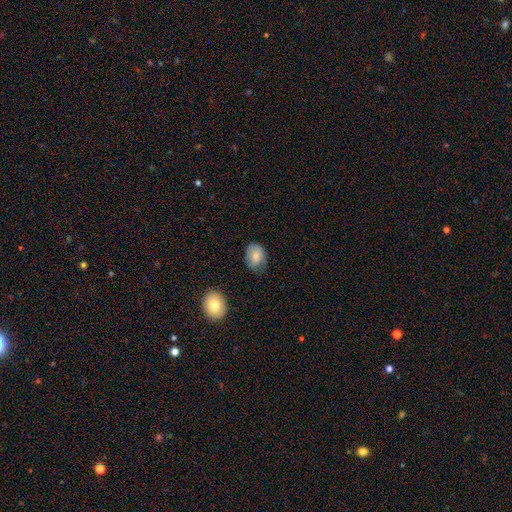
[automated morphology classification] Smooth or featured? smooth (76%)
How rounded? in between (70%)
Merging? none (61%)